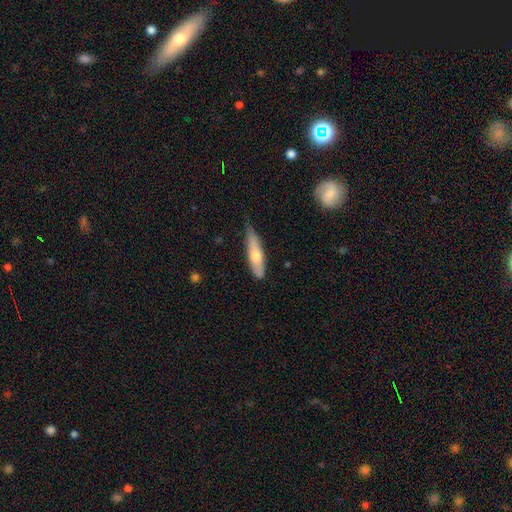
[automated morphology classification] Smooth or featured? Predicted: smooth (p=0.62). How rounded? Predicted: cigar-shaped (p=0.71). Merging? Predicted: none (p=0.61).